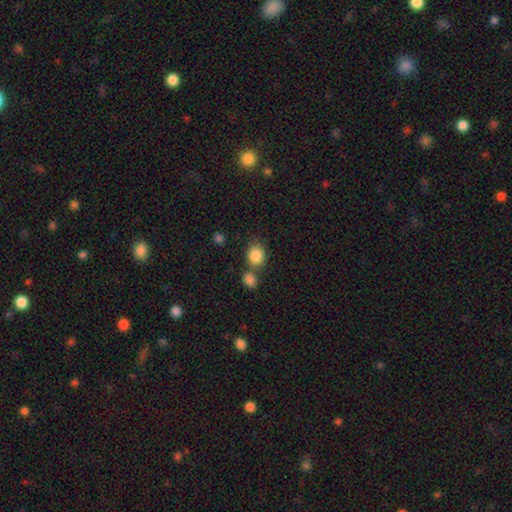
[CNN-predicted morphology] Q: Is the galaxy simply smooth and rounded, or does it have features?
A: smooth — 86%.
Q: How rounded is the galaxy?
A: round — 71%.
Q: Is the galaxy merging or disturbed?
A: none — 58%.